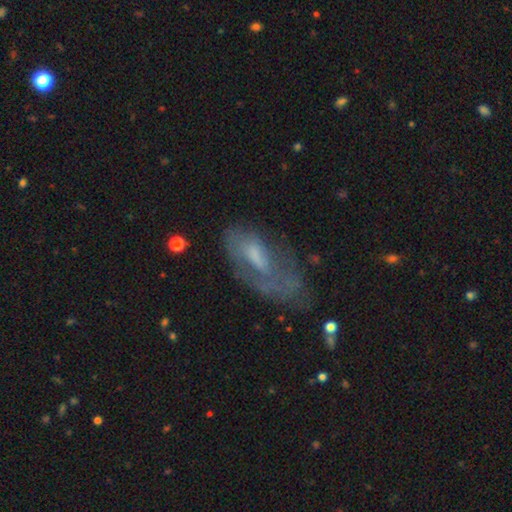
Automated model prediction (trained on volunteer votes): smooth_or_featured: featured or disk (p=0.52) [alt: smooth p=0.39]
disk_edge_on: no (p=0.89) [alt: yes p=0.11]
merging: major disturbance (p=0.37) [alt: none p=0.34]